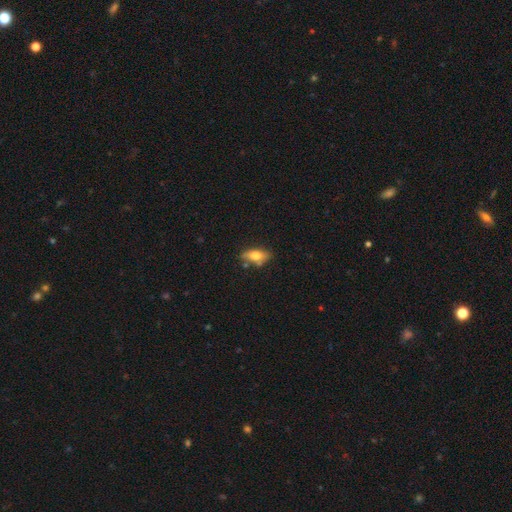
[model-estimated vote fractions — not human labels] Smooth or featured? Predicted: smooth (p=0.68). How rounded? Predicted: in between (p=0.77). Merging? Predicted: none (p=0.70).